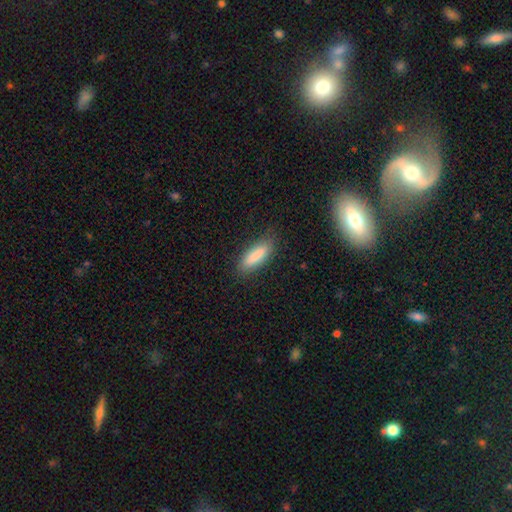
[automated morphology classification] This is clearly a smooth galaxy (85%). How rounded: possibly cigar-shaped (52%). Merging: clearly none (84%).